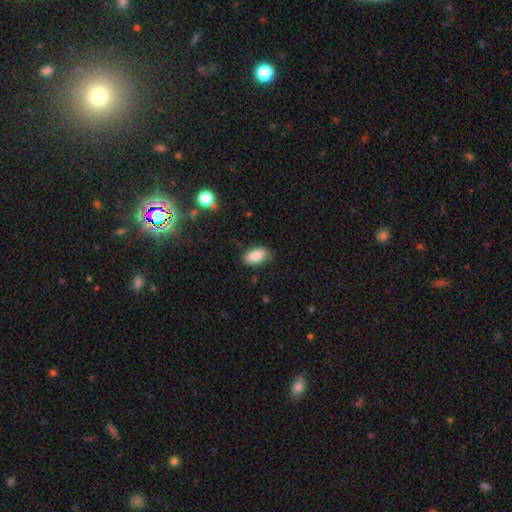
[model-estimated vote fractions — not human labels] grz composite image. It shows a smooth galaxy with no disk features (85%) that is in between round and cigar-shaped (93%). Merging: none (78%).